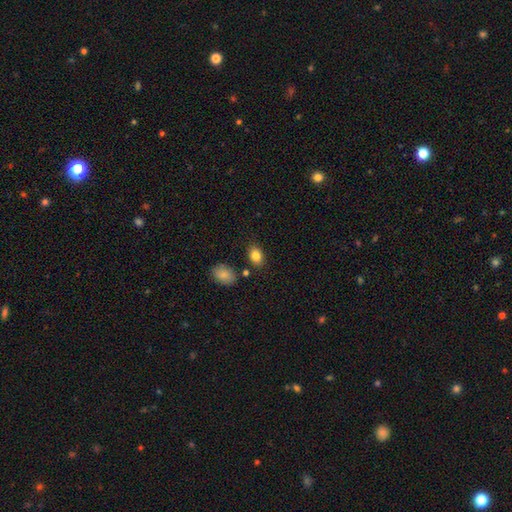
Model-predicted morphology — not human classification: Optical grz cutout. It shows a smooth galaxy with no disk features (84%) that is in between round and cigar-shaped (75%). Merging: none (80%).